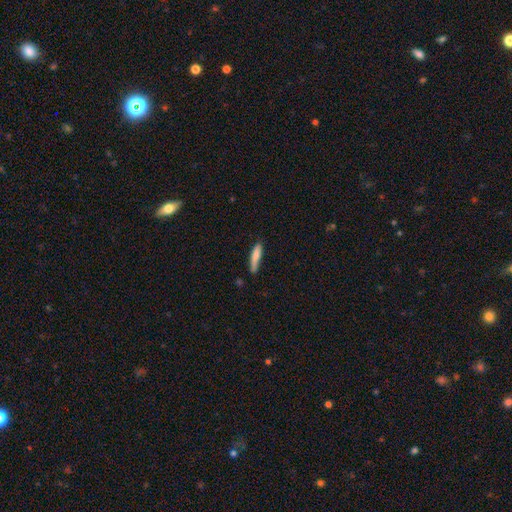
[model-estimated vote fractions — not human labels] Morphology: type=smooth (79%); roundness=cigar-shaped (83%); merging=none (65%).